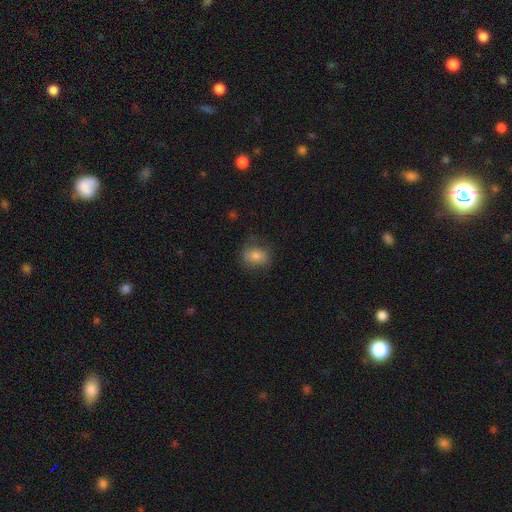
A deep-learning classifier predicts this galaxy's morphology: The model was most divided on "how rounded": in between: 53%, round: 46%, cigar-shaped: 1%. More confident: smooth or featured — smooth (77%); merging — none (70%).